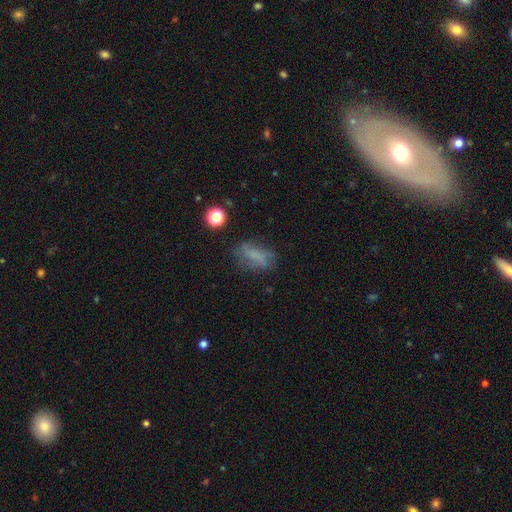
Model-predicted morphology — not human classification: Smooth or featured? smooth (60%)
How rounded? in between (77%)
Merging? none (63%)